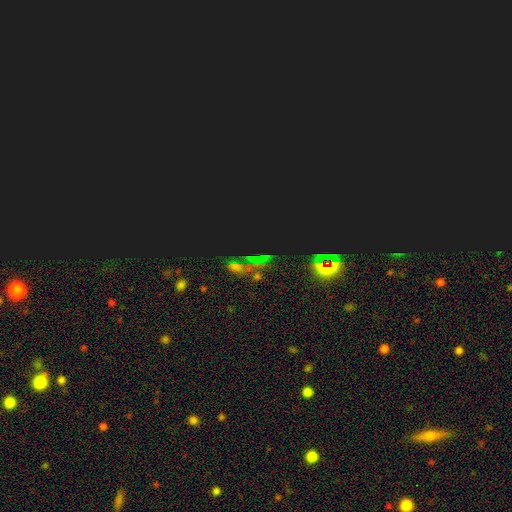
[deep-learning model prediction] A star or artifact, not a galaxy (73%).